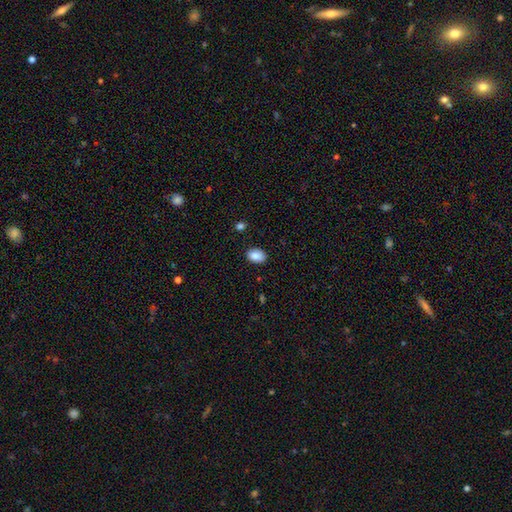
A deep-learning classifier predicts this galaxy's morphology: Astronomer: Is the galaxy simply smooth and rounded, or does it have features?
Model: smooth — 88%.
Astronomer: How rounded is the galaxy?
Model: in between — 84%.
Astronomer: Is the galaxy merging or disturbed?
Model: none — 87%.